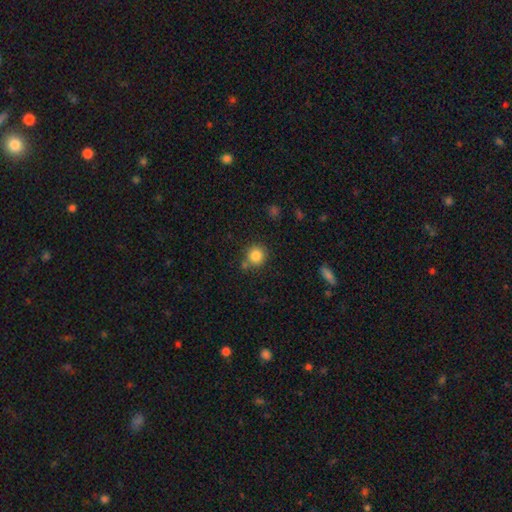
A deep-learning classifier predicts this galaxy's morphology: smooth_or_featured: smooth (p=0.84) [alt: star or artifact p=0.10]
how_rounded: round (p=0.91) [alt: in between p=0.08]
merging: none (p=0.75) [alt: minor disturbance p=0.11]